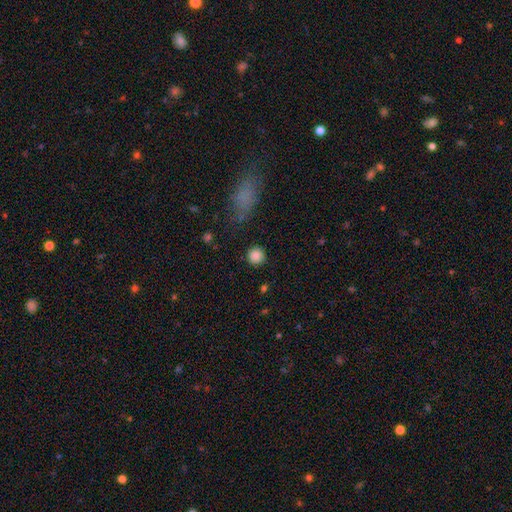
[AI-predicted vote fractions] Smooth or featured: smooth — 86% (star or artifact — 10%)
How rounded: round — 94% (in between — 5%)
Merging: none — 88% (minor disturbance — 7%)